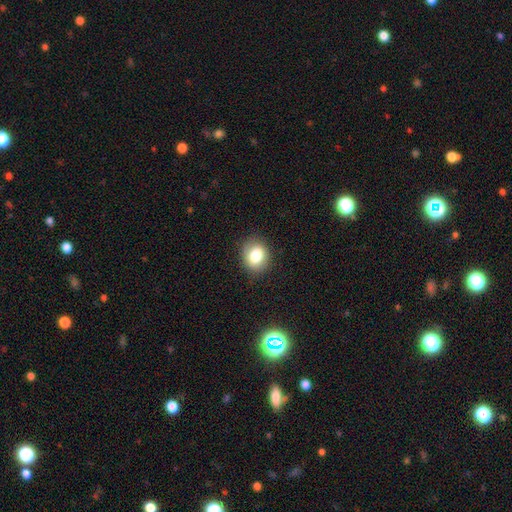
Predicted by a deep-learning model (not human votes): smooth 79%, featured or disk 12%, star or artifact 9%. Down the decision tree: how rounded — round (54%); merging — none (85%).